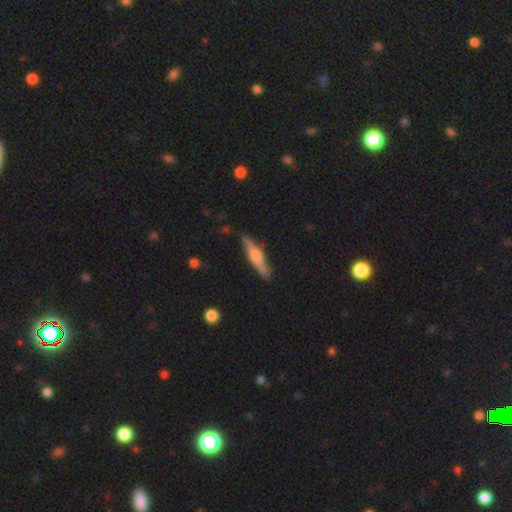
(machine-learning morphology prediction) This appears to be a featured or disk galaxy (63%) viewed edge-on (95%) with a rounded central bulge (86%). Merging: none (87%).